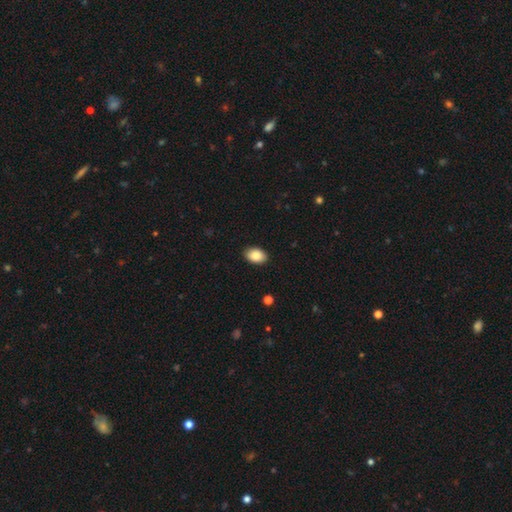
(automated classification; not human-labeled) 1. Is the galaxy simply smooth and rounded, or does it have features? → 86% smooth, 7% star or artifact, 7% featured or disk.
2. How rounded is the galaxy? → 87% in between, 12% round, 1% cigar-shaped.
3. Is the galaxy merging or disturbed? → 90% none, 7% minor disturbance, 2% major disturbance, 1% merger.